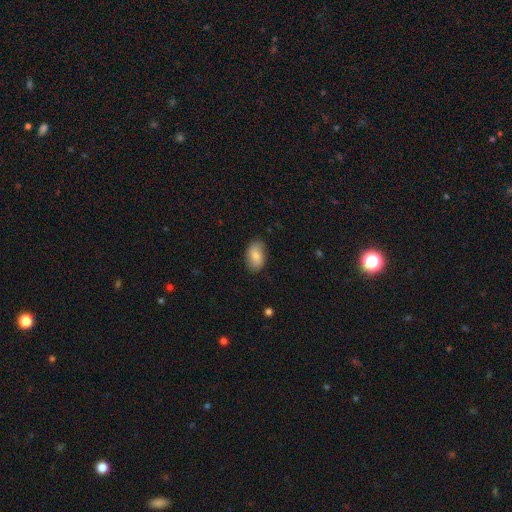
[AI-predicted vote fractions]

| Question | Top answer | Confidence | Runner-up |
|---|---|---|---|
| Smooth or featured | smooth | 79% | featured or disk (15%) |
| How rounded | in between | 92% | round (6%) |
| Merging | none | 81% | minor disturbance (15%) |